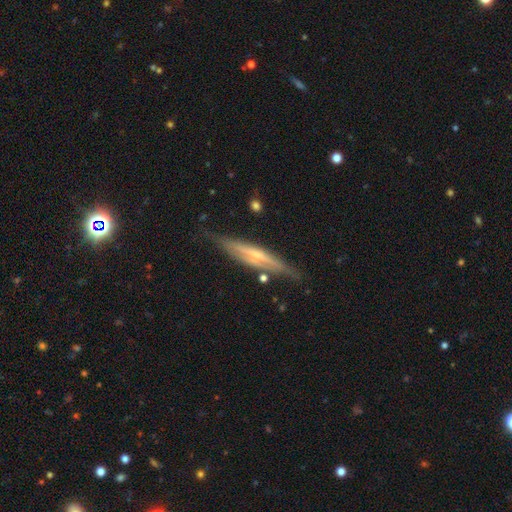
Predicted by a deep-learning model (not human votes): A featured or disk galaxy (73%) viewed edge-on (93%) with a rounded central bulge (70%). Merging: none (79%).